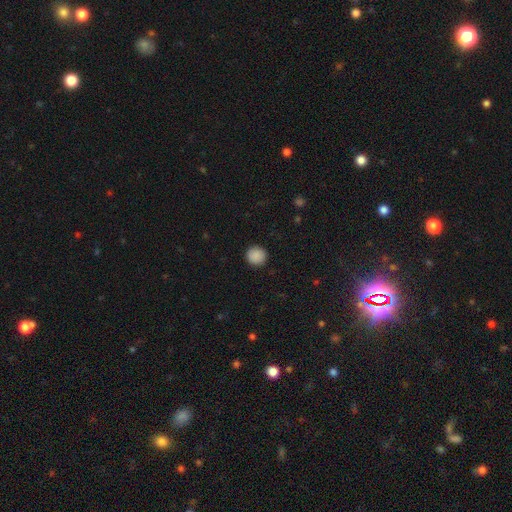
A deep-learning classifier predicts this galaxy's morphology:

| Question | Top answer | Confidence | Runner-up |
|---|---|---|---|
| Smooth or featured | smooth | 89% | star or artifact (8%) |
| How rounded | round | 94% | in between (5%) |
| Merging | none | 92% | minor disturbance (5%) |